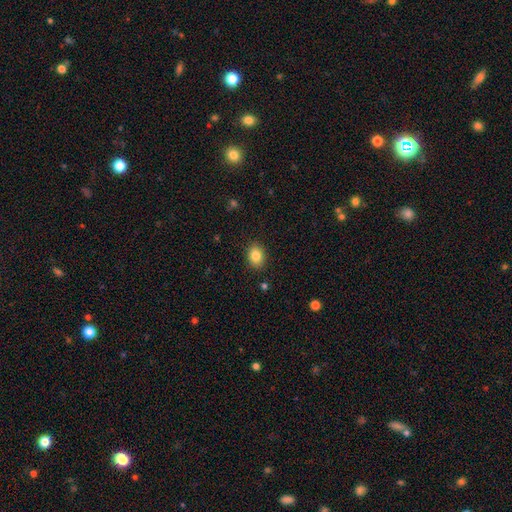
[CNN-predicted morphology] type=smooth (85%); roundness=in between (61%); merging=none (88%).